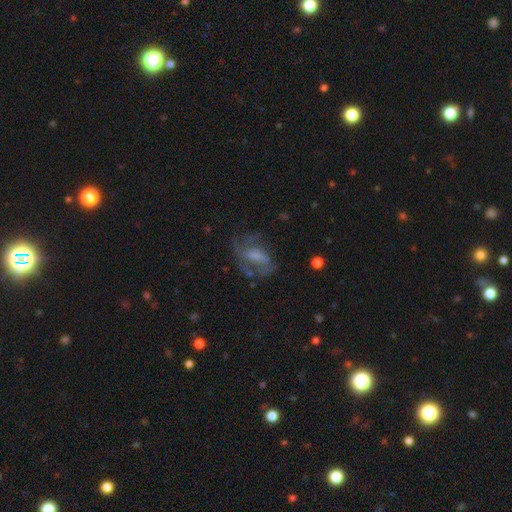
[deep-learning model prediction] smooth-or-featured: featured or disk: 59% | smooth: 29% | star or artifact: 12%
  disk-edge-on: no: 95% | yes: 5%
    bar: no: 42% | weak: 41% | strong: 17%
    has-spiral-arms: yes: 69% | no: 31%
    bulge-size: none: 35% | moderate: 28% | small: 20% | large: 15% | dominant: 2%
  merging: none: 44% | major disturbance: 31% | minor disturbance: 22% | merger: 3%